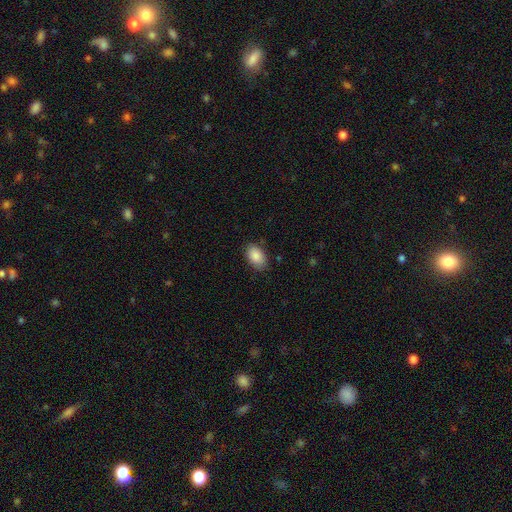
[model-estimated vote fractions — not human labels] Overall: smooth (88%). How rounded: in between (90%). Merging: none (82%).